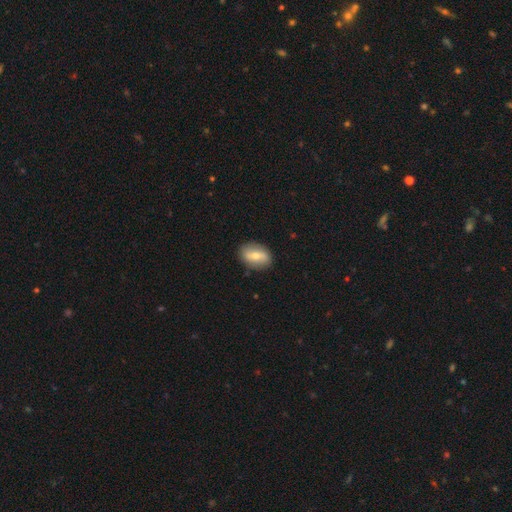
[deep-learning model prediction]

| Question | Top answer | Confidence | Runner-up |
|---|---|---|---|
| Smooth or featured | smooth | 55% | featured or disk (38%) |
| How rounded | in between | 79% | round (18%) |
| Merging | none | 86% | minor disturbance (10%) |